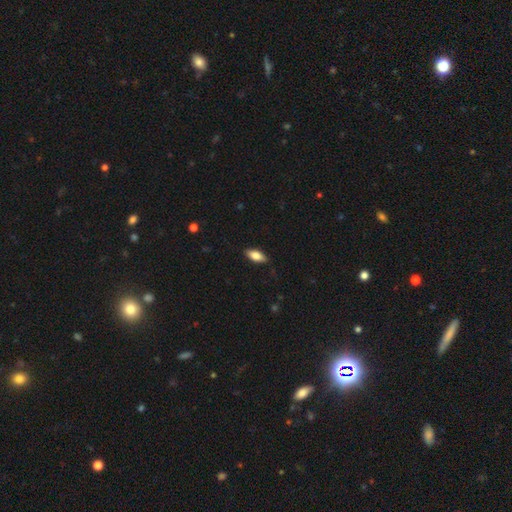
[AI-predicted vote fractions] The model was most divided on "smooth or featured": smooth: 81%, featured or disk: 12%, star or artifact: 6%. More confident: how rounded — in between (87%); merging — none (86%).